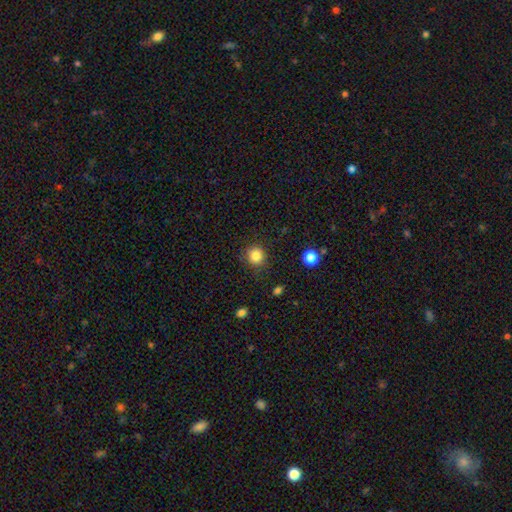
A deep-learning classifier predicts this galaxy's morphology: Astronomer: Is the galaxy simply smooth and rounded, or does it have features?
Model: smooth — 85%.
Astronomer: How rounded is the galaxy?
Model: round — 91%.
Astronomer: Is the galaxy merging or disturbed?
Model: none — 87%.